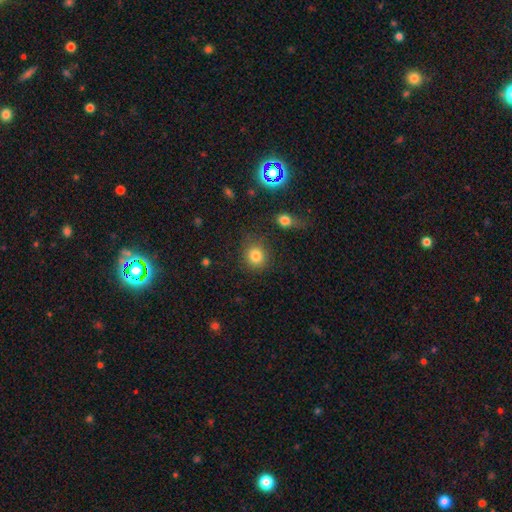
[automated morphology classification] The model was most divided on "smooth or featured": smooth: 81%, star or artifact: 12%, featured or disk: 6%. More confident: how rounded — round (85%); merging — none (80%).